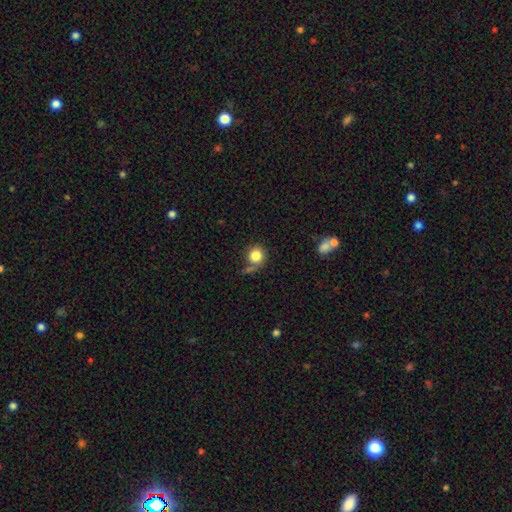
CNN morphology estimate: Smooth or featured? smooth (83%)
How rounded? round (85%)
Merging? none (58%)